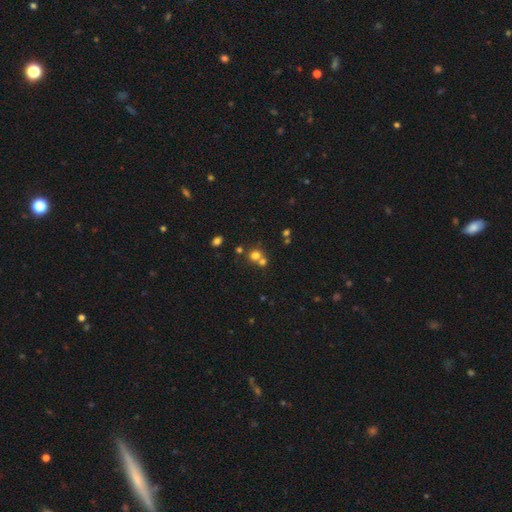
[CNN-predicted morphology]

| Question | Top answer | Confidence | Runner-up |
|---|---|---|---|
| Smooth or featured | smooth | 70% | star or artifact (19%) |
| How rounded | round | 85% | in between (14%) |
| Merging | none | 48% | merger (43%) |